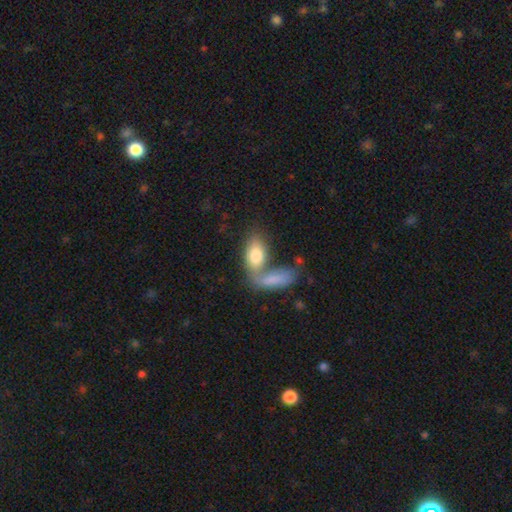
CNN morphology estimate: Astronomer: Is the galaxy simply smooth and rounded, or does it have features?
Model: smooth — 78%.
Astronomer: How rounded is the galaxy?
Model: in between — 87%.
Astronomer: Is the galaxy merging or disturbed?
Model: merger — 54% (runner-up: none, 30%).